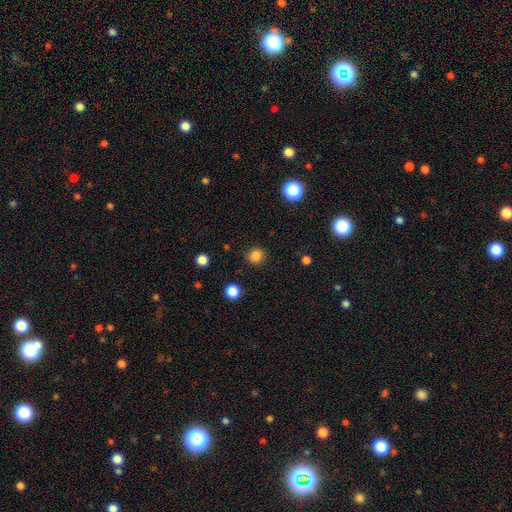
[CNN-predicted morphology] A smooth galaxy with no disk features (84%) that is round (92%).

Vote fractions:
- Smooth or featured? smooth: 84% / star or artifact: 12% / featured or disk: 3%
- How rounded? round: 92% / in between: 7% / cigar-shaped: 1%
- Merging? none: 90% / minor disturbance: 6% / major disturbance: 2% / merger: 1%